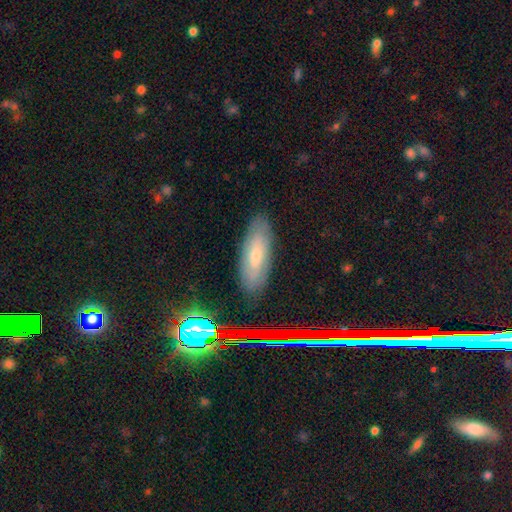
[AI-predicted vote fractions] smooth-or-featured: smooth: 57% | featured or disk: 32% | star or artifact: 12%
  how-rounded: in between: 58% | cigar-shaped: 39% | round: 2%
  merging: none: 84% | minor disturbance: 11% | major disturbance: 3% | merger: 2%